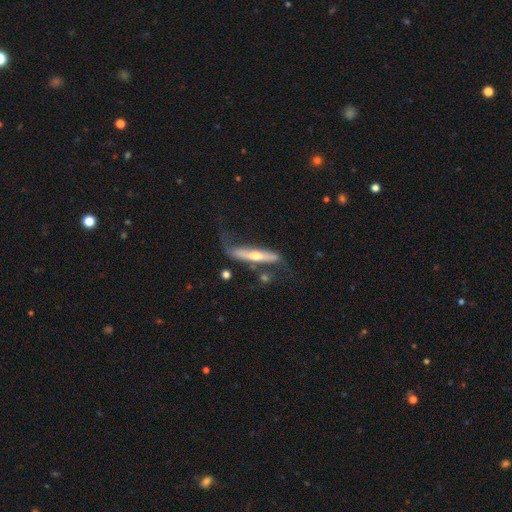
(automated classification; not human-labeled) A featured or disk galaxy (62%) viewed edge-on (70%).

Vote fractions:
- Smooth or featured? featured or disk: 62% / smooth: 33% / star or artifact: 5%
- Edge-on disk? yes: 70% / no: 30%
- Merging? none: 44% / minor disturbance: 26% / major disturbance: 23% / merger: 7%